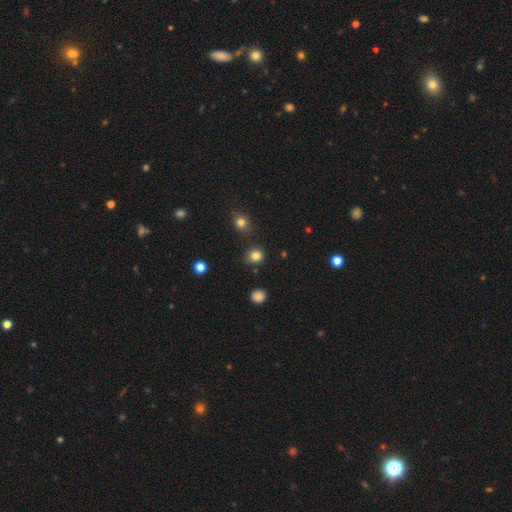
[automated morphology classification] Overall: smooth (83%). How rounded: round (84%). Merging: none (86%).